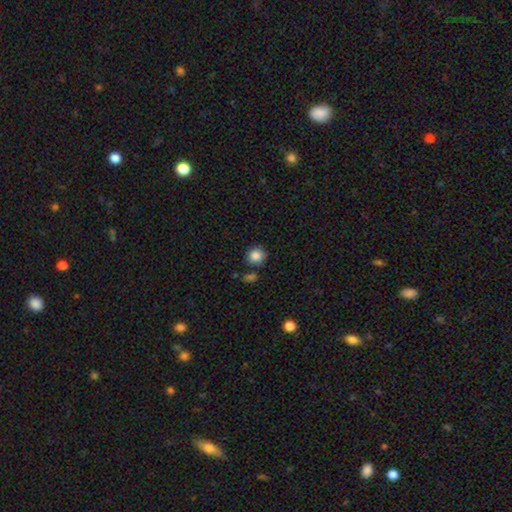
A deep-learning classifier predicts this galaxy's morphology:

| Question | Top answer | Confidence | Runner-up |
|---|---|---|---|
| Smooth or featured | smooth | 87% | star or artifact (9%) |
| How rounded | round | 89% | in between (10%) |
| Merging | none | 79% | minor disturbance (12%) |